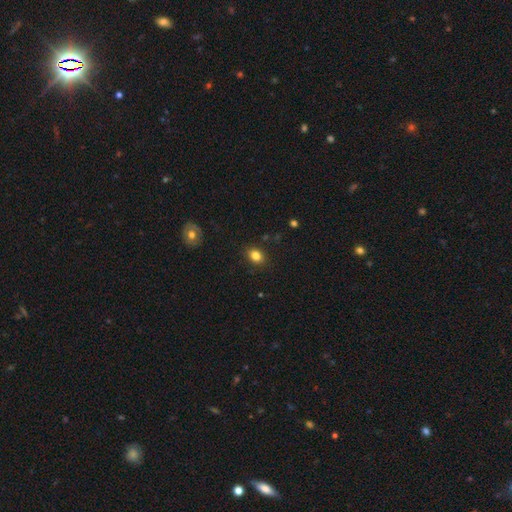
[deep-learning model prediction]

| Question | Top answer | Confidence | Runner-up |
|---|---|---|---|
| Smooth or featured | smooth | 82% | star or artifact (11%) |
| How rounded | in between | 55% | round (44%) |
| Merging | none | 87% | minor disturbance (10%) |